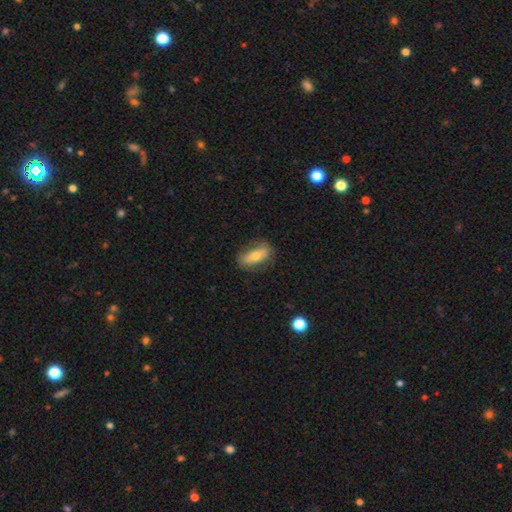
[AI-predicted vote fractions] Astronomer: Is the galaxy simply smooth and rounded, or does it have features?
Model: smooth — 56% (runner-up: featured or disk, 37%).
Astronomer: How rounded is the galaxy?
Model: in between — 77%.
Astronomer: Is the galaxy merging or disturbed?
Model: none — 74%.